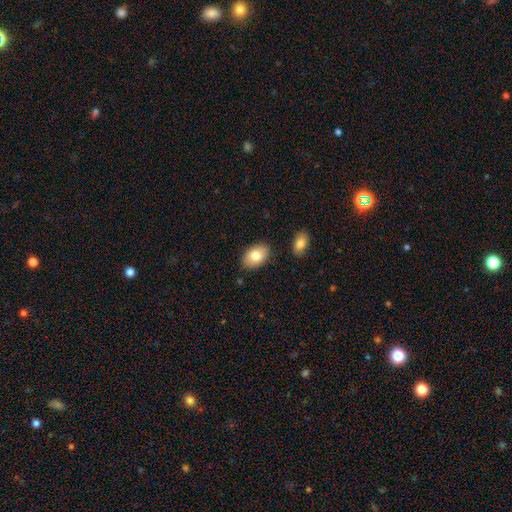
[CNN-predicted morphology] This is likely a smooth galaxy (79%). How rounded: clearly in between (90%). Merging: clearly none (86%).